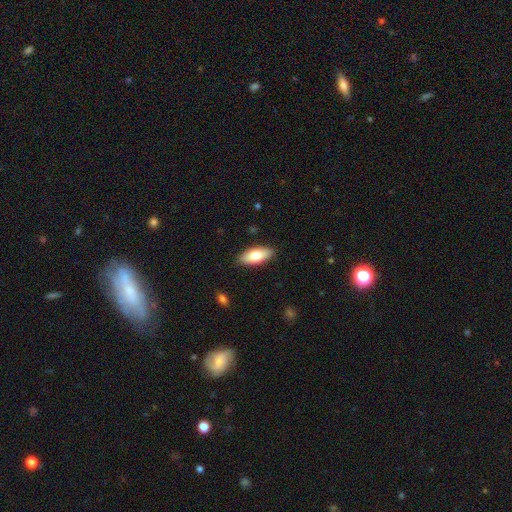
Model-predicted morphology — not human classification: Smooth or featured? smooth (78%)
How rounded? in between (82%)
Merging? none (88%)